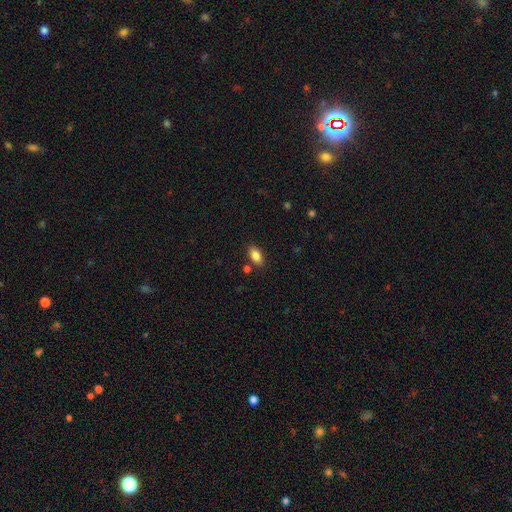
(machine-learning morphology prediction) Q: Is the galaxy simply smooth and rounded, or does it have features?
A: smooth — 86%.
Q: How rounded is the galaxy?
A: in between — 91%.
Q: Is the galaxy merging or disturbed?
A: none — 82%.